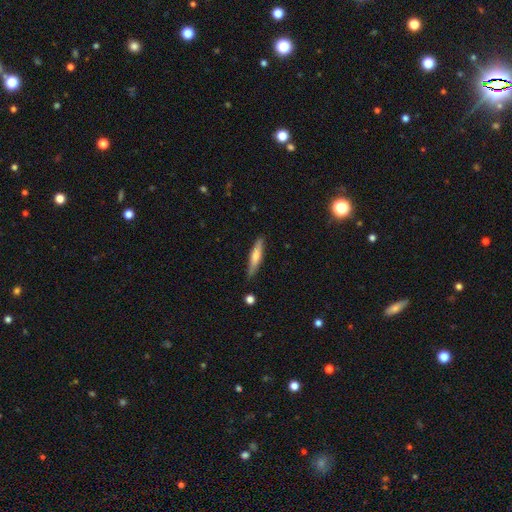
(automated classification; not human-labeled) Overall: smooth (53%; featured or disk 41%). How rounded: cigar-shaped (87%). Merging: none (85%).